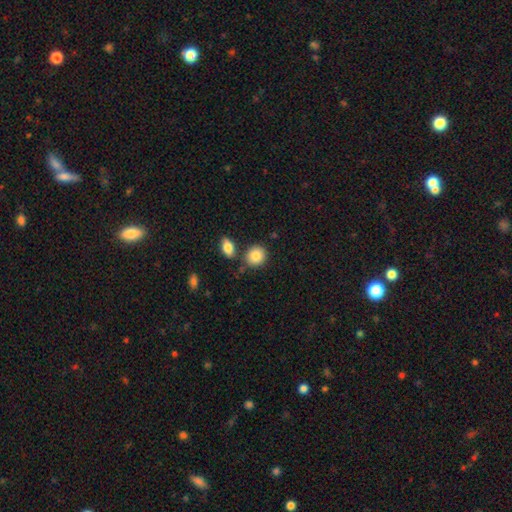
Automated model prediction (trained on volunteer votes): Smooth or featured? Predicted: smooth (p=0.86). How rounded? Predicted: round (p=0.73). Merging? Predicted: none (p=0.74).